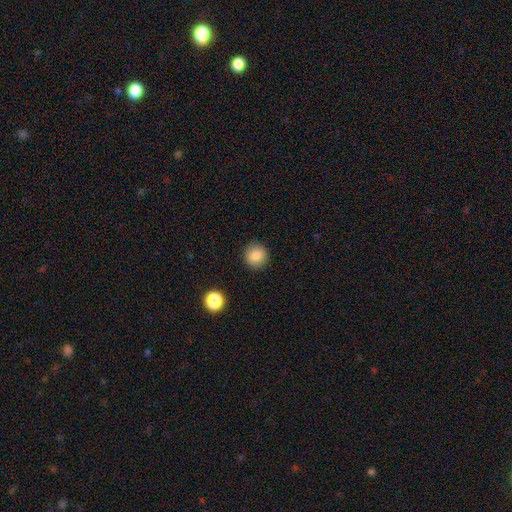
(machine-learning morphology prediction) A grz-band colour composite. It shows a smooth galaxy with no disk features (84%) that is round (94%). Merging: none (91%).